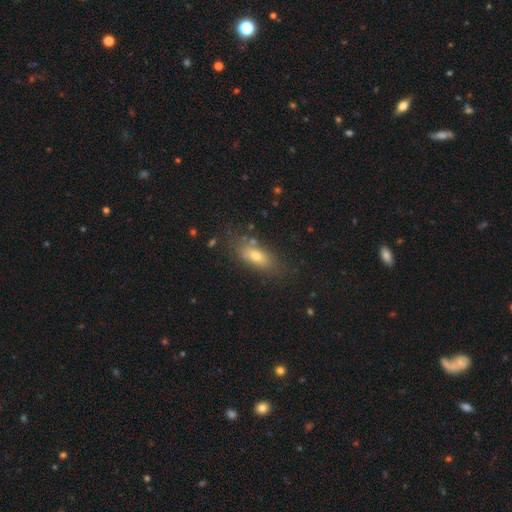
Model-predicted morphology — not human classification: The model was most divided on "smooth or featured": smooth: 70%, featured or disk: 19%, star or artifact: 11%. More confident: how rounded — in between (77%); merging — none (71%).